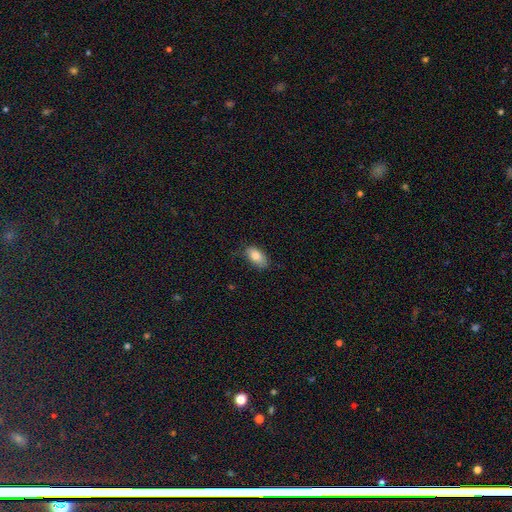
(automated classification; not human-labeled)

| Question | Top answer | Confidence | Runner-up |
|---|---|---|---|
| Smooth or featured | smooth | 83% | featured or disk (10%) |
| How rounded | in between | 91% | cigar-shaped (4%) |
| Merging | none | 72% | minor disturbance (22%) |